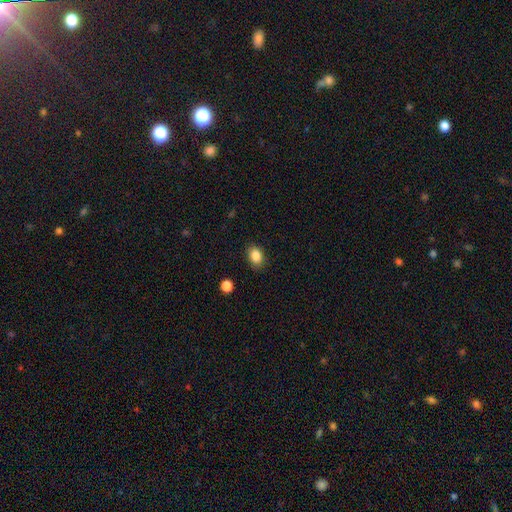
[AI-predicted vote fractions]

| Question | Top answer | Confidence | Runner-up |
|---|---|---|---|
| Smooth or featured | smooth | 86% | star or artifact (9%) |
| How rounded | in between | 73% | round (26%) |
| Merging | none | 86% | minor disturbance (10%) |